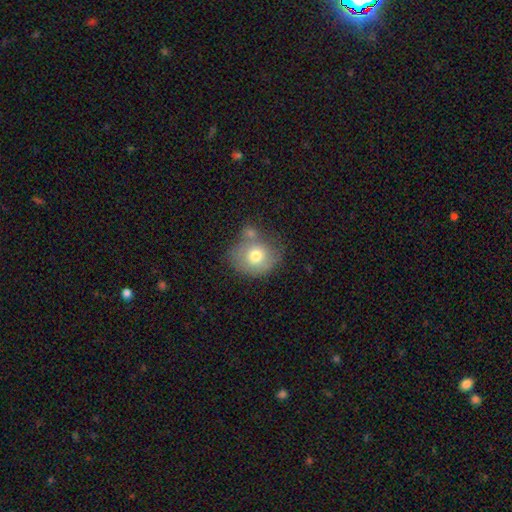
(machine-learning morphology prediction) smooth-or-featured: smooth: 72% | featured or disk: 20% | star or artifact: 9%
  how-rounded: round: 75% | in between: 24% | cigar-shaped: 1%
  merging: none: 48% | merger: 23% | minor disturbance: 21% | major disturbance: 9%